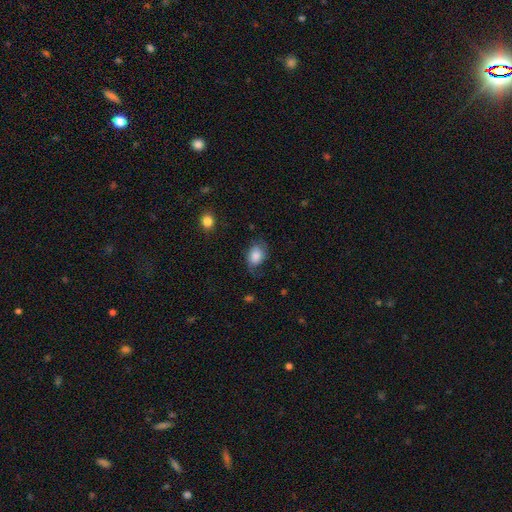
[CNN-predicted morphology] Smooth or featured?
  - smooth: 70% *
  - featured or disk: 22%
  - star or artifact: 8%
How rounded?
  - in between: 76% *
  - round: 23%
  - cigar-shaped: 1%
Merging?
  - none: 56% *
  - minor disturbance: 28%
  - major disturbance: 14%
  - merger: 2%